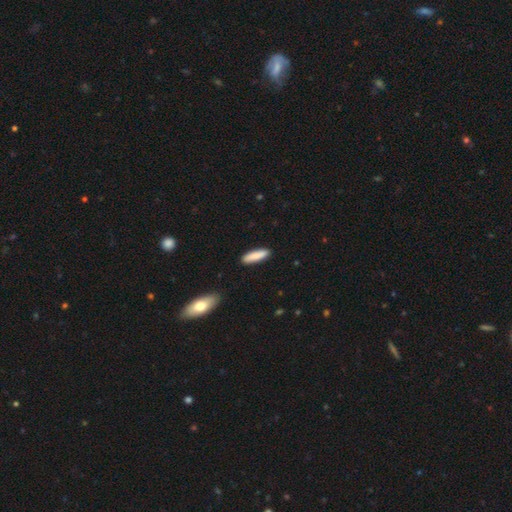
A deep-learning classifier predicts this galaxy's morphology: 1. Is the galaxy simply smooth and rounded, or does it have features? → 86% smooth, 8% featured or disk, 5% star or artifact.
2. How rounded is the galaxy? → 65% cigar-shaped, 33% in between, 2% round.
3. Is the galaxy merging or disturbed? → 89% none, 8% minor disturbance, 2% major disturbance, 1% merger.